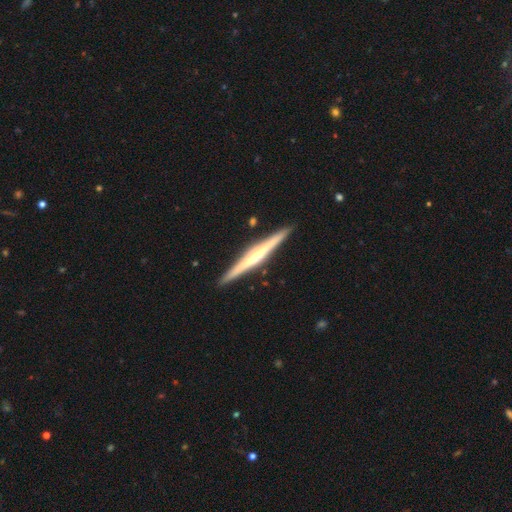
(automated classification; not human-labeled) This appears to be a featured or disk galaxy (77%) viewed edge-on (98%) with a rounded central bulge (82%). Merging: none (92%).